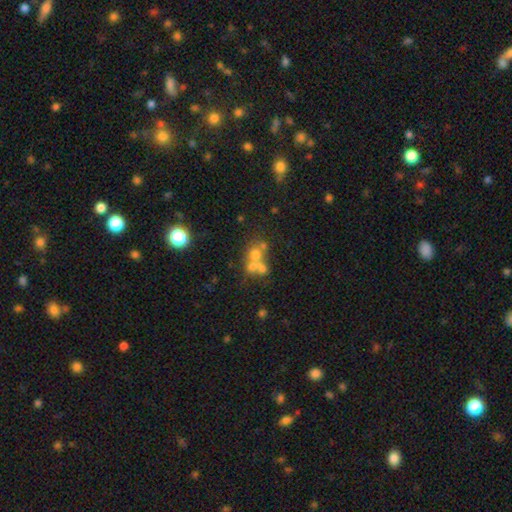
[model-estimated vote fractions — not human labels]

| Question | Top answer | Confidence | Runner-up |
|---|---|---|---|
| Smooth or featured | smooth | 47% | star or artifact (27%) |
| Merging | merger | 47% | none (38%) |